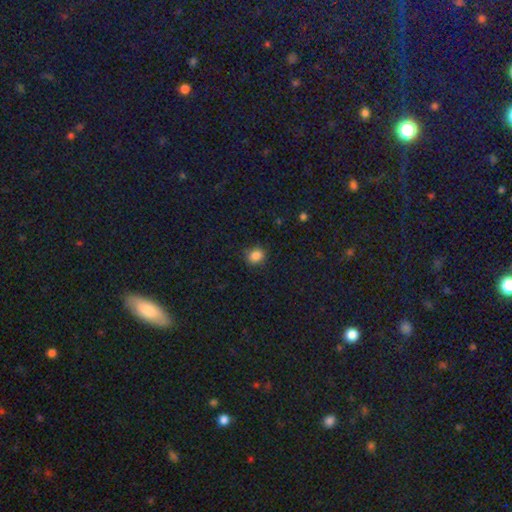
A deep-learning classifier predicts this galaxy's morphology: smooth 85%, star or artifact 11%, featured or disk 4%. Down the decision tree: how rounded — round (61%); merging — none (85%).